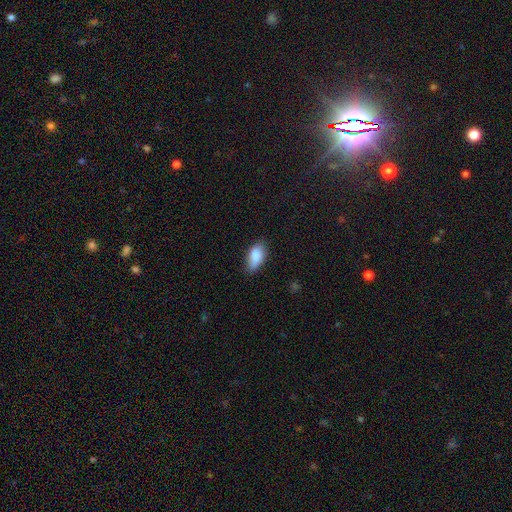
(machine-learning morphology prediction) This is clearly a smooth galaxy (87%). How rounded: clearly in between (91%). Merging: likely none (72%).